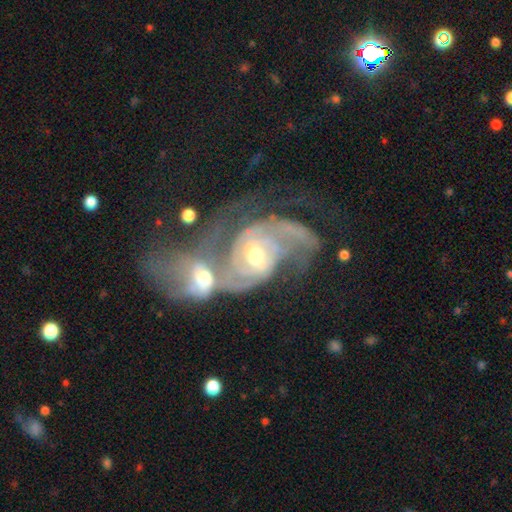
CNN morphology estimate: This appears to be a featured or disk galaxy (89%) with a weak bar (46%), 2 (65%) medium (43%) spiral arms (94%) and a moderate central bulge (67%). Merging: merger (69%).